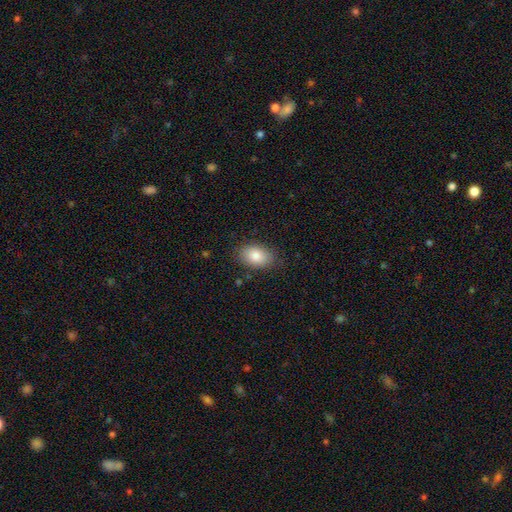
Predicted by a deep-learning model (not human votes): A smooth galaxy with no disk features (84%) that is in between round and cigar-shaped (87%). Merging: none (83%).